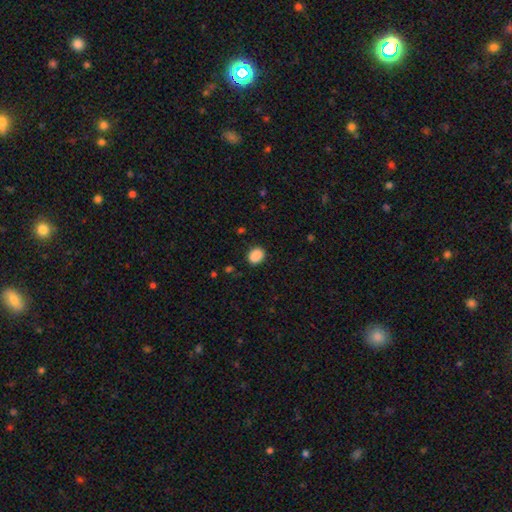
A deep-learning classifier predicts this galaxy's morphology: This is clearly a smooth galaxy (89%). How rounded: possibly in between (56%). Merging: clearly none (86%).